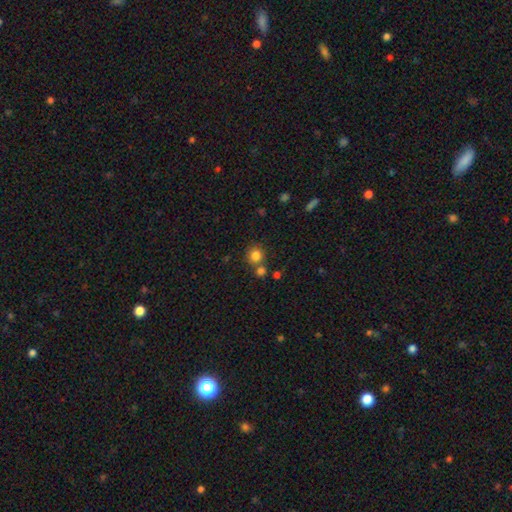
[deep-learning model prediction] Smooth or featured: smooth — 82% (star or artifact — 12%)
How rounded: round — 91% (in between — 8%)
Merging: none — 68% (merger — 21%)